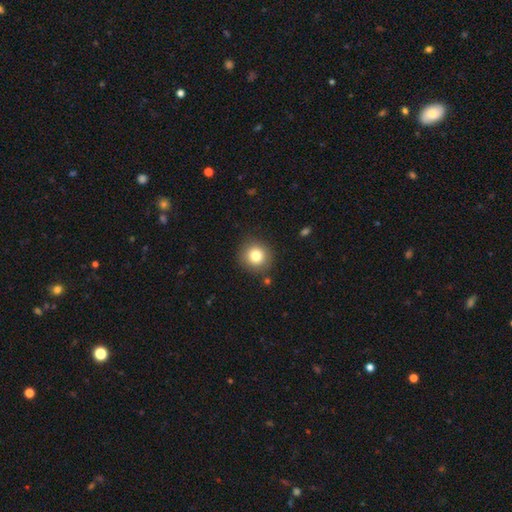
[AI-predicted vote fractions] Smooth or featured: smooth — 80% (star or artifact — 11%)
How rounded: round — 92% (in between — 7%)
Merging: none — 88% (minor disturbance — 8%)